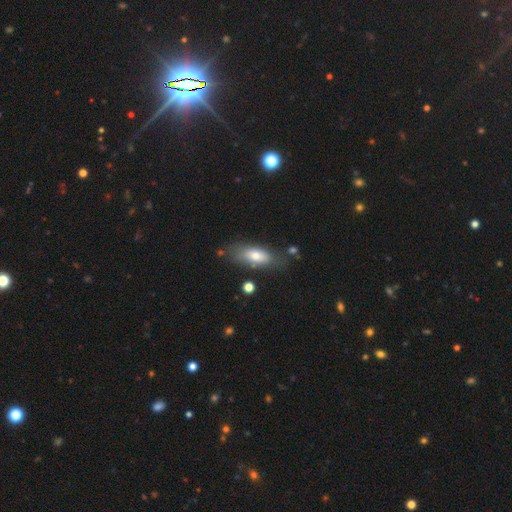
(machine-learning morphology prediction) This appears to be a smooth galaxy with no disk features (72%) that is in between round and cigar-shaped (77%). Merging: none (71%).